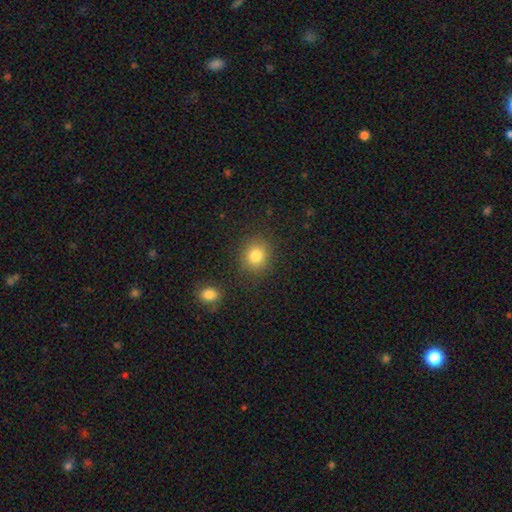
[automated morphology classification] Q: Smooth or featured?
A: smooth (83%); runner-up: star or artifact (11%)
Q: How rounded?
A: round (78%); runner-up: in between (22%)
Q: Merging?
A: none (85%); runner-up: minor disturbance (9%)